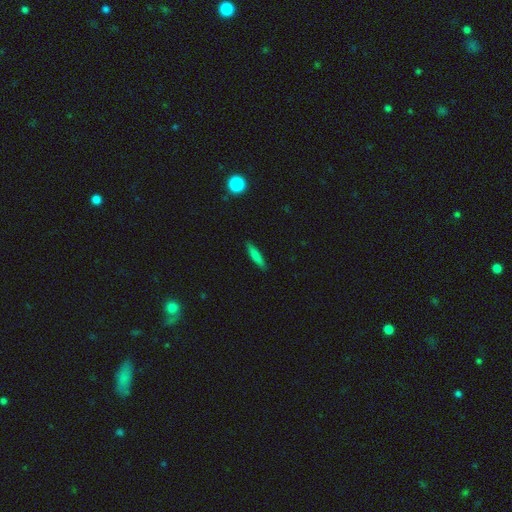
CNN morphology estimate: A smooth galaxy with no disk features (77%) that is cigar-shaped (85%).

Vote fractions:
- Smooth or featured? smooth: 77% / featured or disk: 15% / star or artifact: 7%
- How rounded? cigar-shaped: 85% / in between: 13% / round: 2%
- Merging? none: 87% / minor disturbance: 10% / major disturbance: 2% / merger: 1%